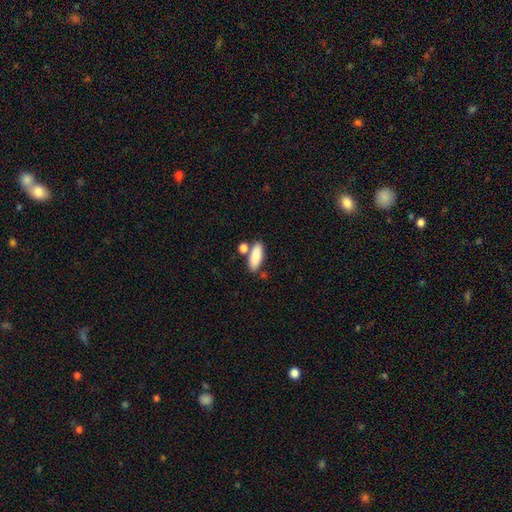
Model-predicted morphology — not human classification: The model was most divided on "how rounded": in between: 72%, cigar-shaped: 25%, round: 3%. More confident: smooth or featured — smooth (86%); merging — none (69%).